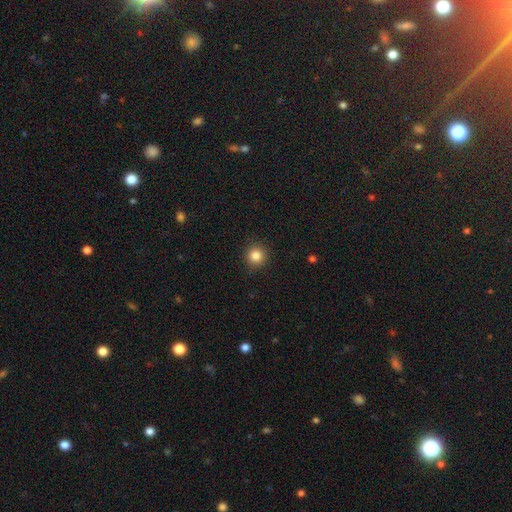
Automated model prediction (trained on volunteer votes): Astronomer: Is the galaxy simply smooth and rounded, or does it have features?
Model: smooth — 84%.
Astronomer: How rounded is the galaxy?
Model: round — 94%.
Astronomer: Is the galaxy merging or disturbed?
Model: none — 91%.